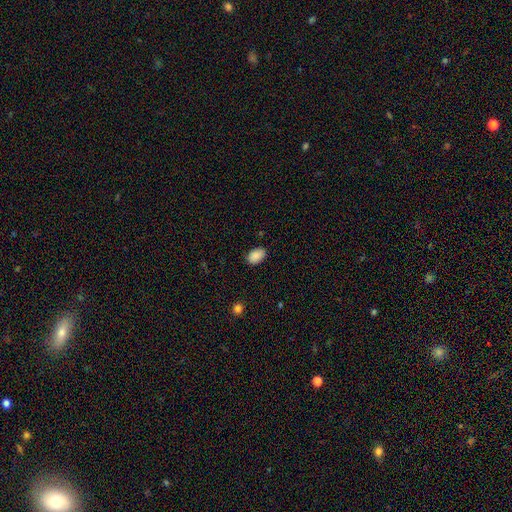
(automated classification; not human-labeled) This appears to be a smooth galaxy with no disk features (89%) that is in between round and cigar-shaped (88%). Merging: none (84%).